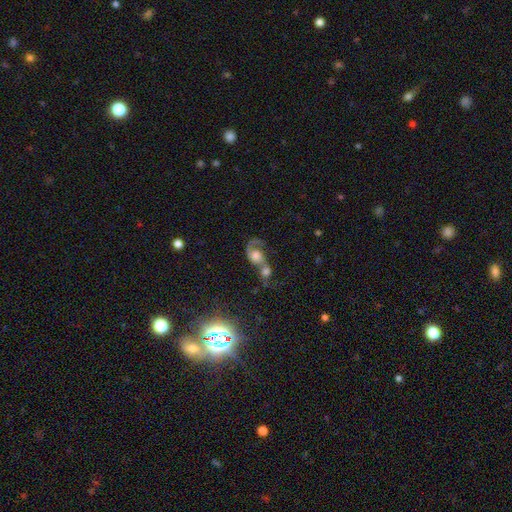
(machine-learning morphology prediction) This appears to be a featured or disk galaxy (54%) with no bar (77%), spiral arms (77%) and a moderate central bulge (41%). Merging: merger (74%).